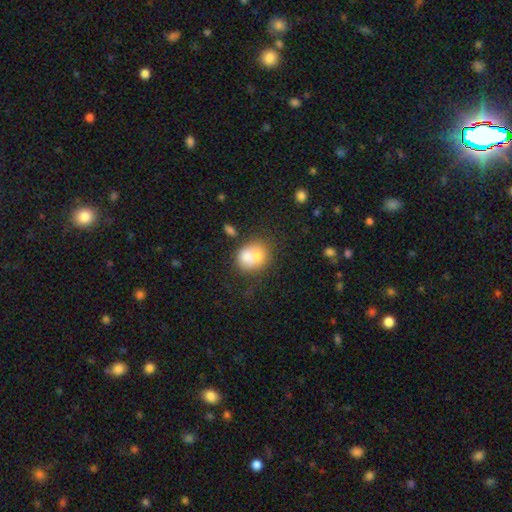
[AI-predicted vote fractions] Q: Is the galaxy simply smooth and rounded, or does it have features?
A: smooth — 69%.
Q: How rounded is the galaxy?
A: round — 63%.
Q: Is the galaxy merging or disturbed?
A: merger — 54%.